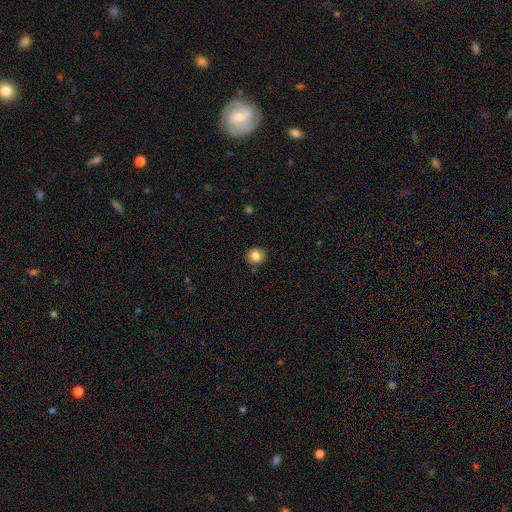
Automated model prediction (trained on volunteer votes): Q: Smooth or featured?
A: smooth (83%); runner-up: star or artifact (10%)
Q: How rounded?
A: round (86%); runner-up: in between (13%)
Q: Merging?
A: none (87%); runner-up: minor disturbance (9%)